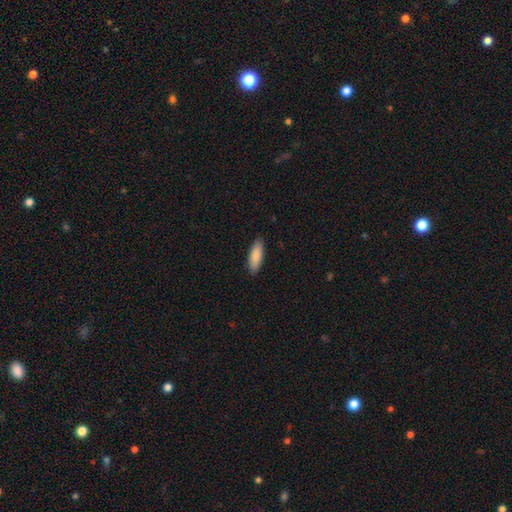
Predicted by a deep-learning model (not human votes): A smooth galaxy with no disk features (87%) that is in between round and cigar-shaped (57%). Merging: none (89%).